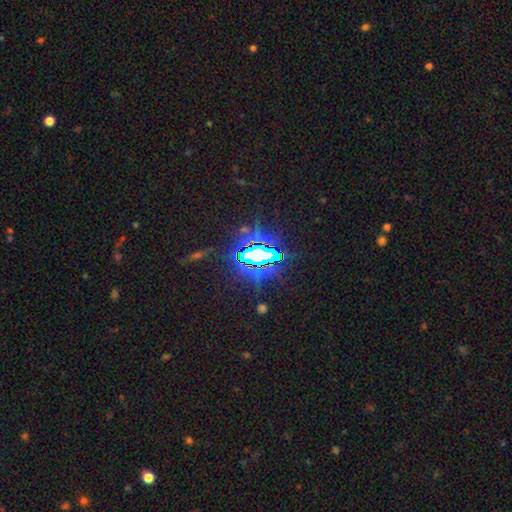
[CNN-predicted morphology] Q: Smooth or featured?
A: star or artifact (80%); runner-up: smooth (10%)